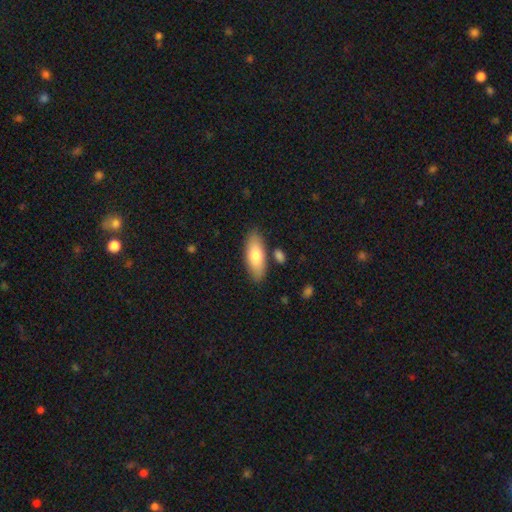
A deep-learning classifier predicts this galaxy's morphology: The model was most divided on "how rounded": in between: 74%, cigar-shaped: 23%, round: 2%. More confident: merging — none (81%); smooth or featured — smooth (76%).